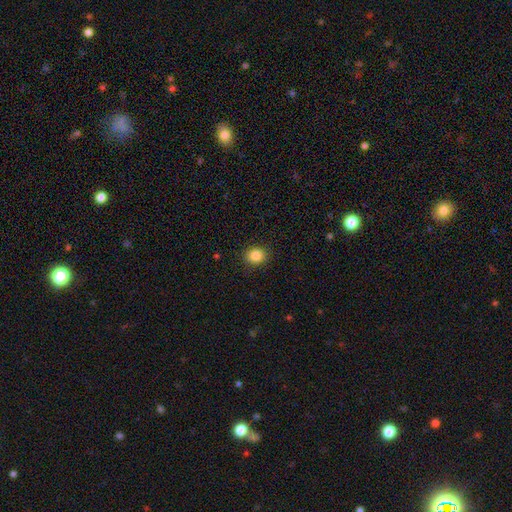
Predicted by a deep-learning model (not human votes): Smooth or featured? smooth (85%)
How rounded? round (76%)
Merging? none (89%)